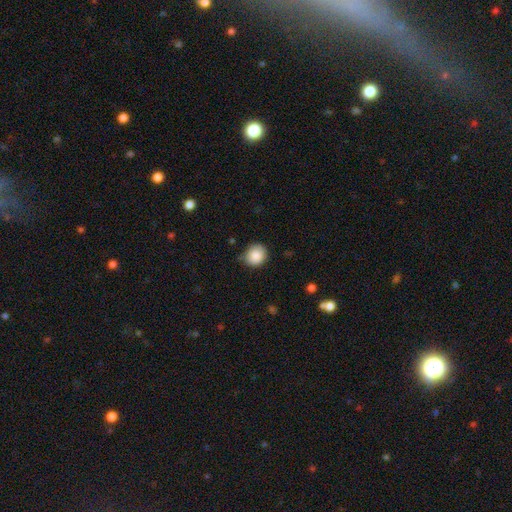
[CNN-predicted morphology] Smooth or featured?
  - smooth: 87% *
  - star or artifact: 8%
  - featured or disk: 4%
How rounded?
  - round: 83% *
  - in between: 17%
  - cigar-shaped: 1%
Merging?
  - none: 70% *
  - minor disturbance: 24%
  - major disturbance: 4%
  - merger: 2%